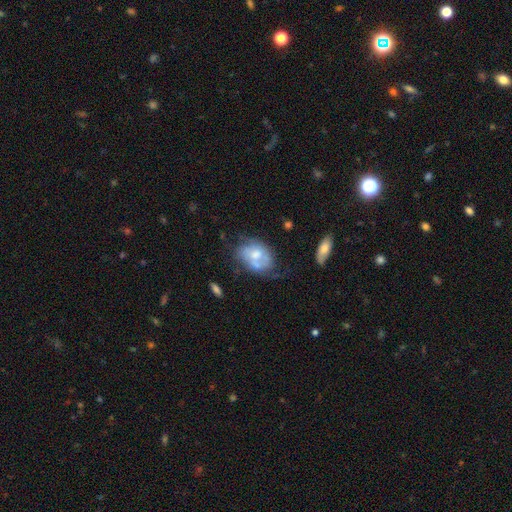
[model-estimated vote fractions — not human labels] A featured or disk galaxy (51%).

Vote fractions:
- Smooth or featured? featured or disk: 51% / smooth: 41% / star or artifact: 8%
- Edge-on disk? no: 96% / yes: 4%
- Merging? none: 34% / minor disturbance: 29% / major disturbance: 23% / merger: 14%